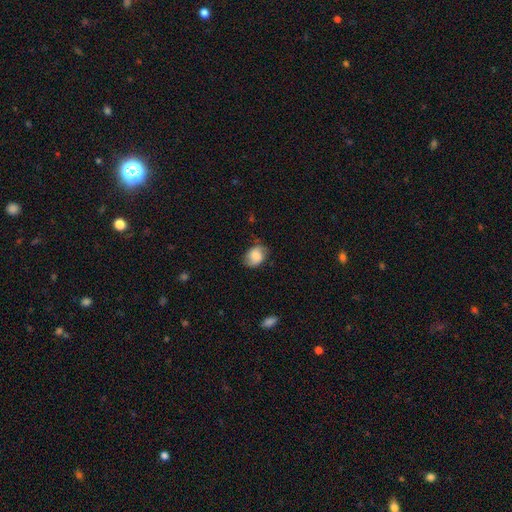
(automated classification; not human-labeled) Q: Smooth or featured?
A: smooth (69%); runner-up: featured or disk (23%)
Q: How rounded?
A: in between (66%); runner-up: round (33%)
Q: Merging?
A: none (68%); runner-up: minor disturbance (24%)